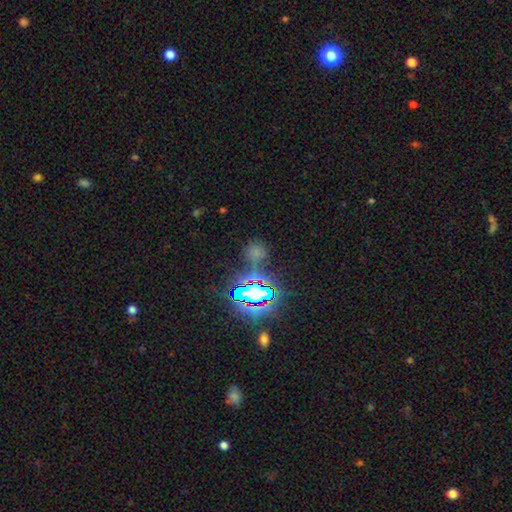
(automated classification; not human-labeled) The model was most divided on "smooth or featured": star or artifact: 62%, smooth: 29%, featured or disk: 9%.